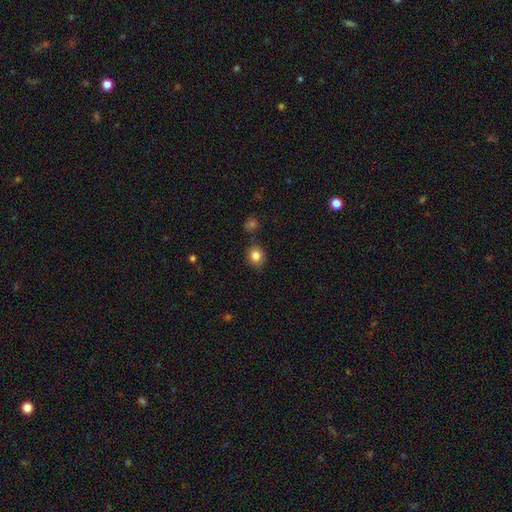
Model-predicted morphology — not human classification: Smooth or featured: smooth — 84% (star or artifact — 11%)
How rounded: round — 76% (in between — 23%)
Merging: none — 86% (minor disturbance — 9%)